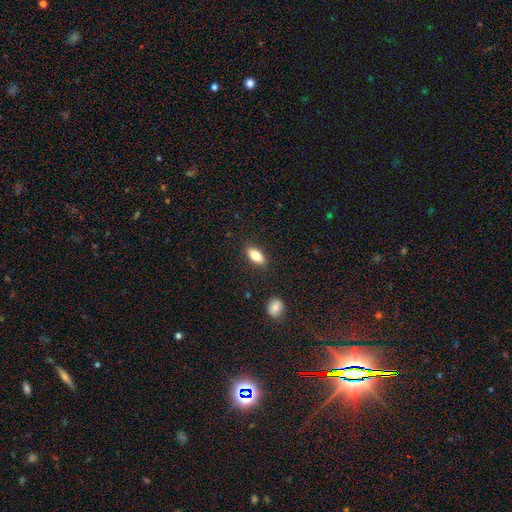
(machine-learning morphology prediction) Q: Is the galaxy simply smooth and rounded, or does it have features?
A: smooth — 79%.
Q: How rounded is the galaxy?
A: in between — 83%.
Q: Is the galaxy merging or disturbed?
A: none — 87%.